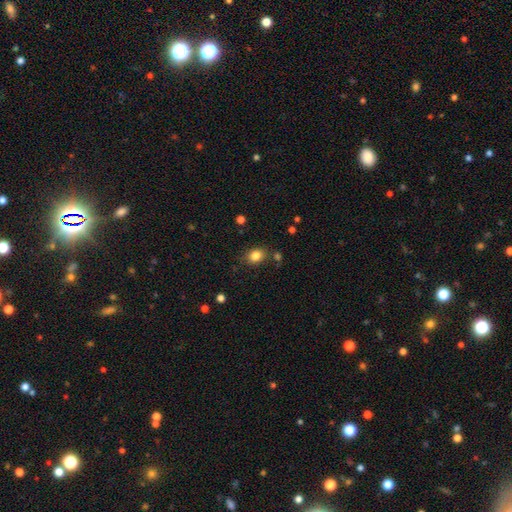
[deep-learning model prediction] Smooth or featured: smooth — 83% (star or artifact — 11%)
How rounded: in between — 51% (round — 48%)
Merging: none — 80% (minor disturbance — 13%)